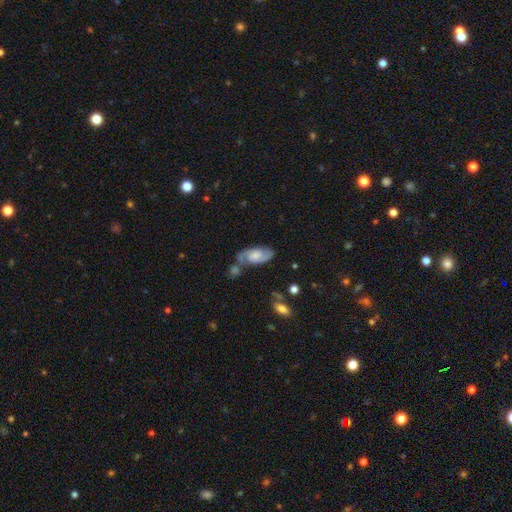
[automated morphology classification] type=featured or disk (72%); edge-on=no (95%); bar=no (61%); spiral arms=yes (93%); winding=medium (48%); arm count=2 (86%); bulge=small (37%, tied with moderate); merging=none (51%).